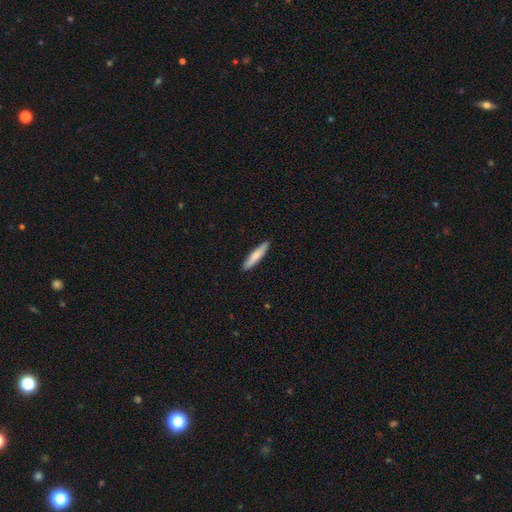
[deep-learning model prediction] smooth 80%, featured or disk 15%, star or artifact 5%. Down the decision tree: how rounded — cigar-shaped (87%); merging — none (91%).